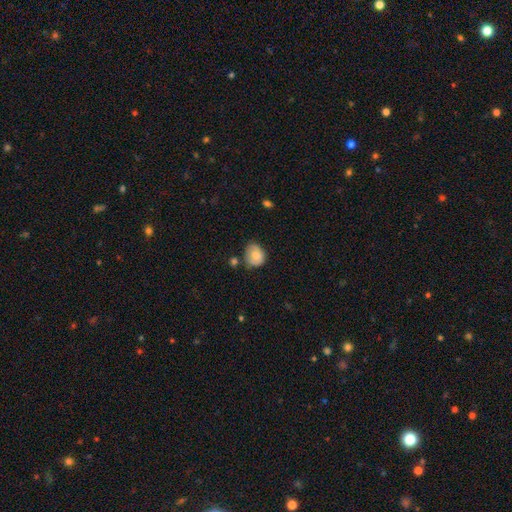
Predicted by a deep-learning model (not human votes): Smooth or featured? Predicted: smooth (p=0.73). How rounded? Predicted: round (p=0.56). Merging? Predicted: none (p=0.51).